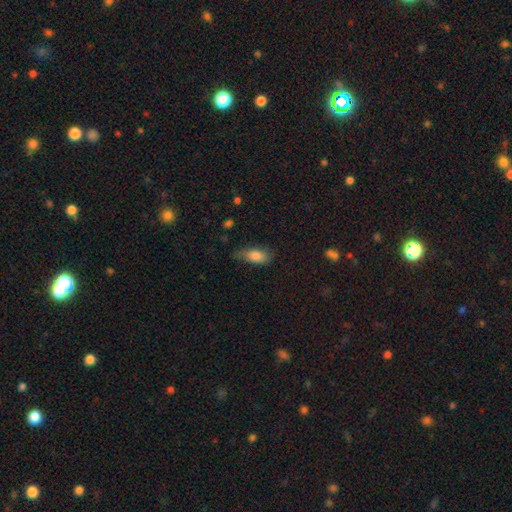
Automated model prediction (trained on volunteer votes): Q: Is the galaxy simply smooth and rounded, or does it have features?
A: smooth — 82%.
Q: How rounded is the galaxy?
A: in between — 85%.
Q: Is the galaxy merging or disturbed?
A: none — 57%.